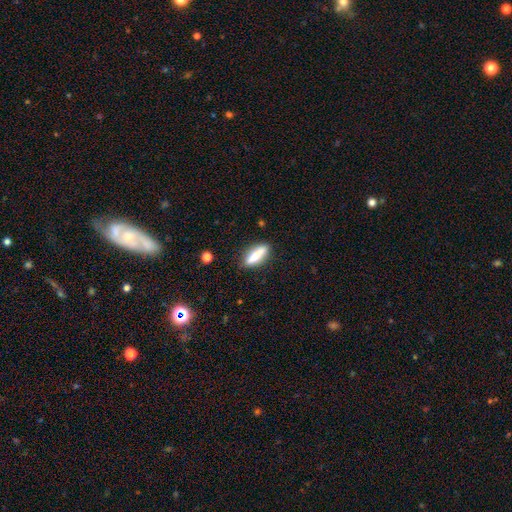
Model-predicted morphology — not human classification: smooth-or-featured: smooth: 72% | featured or disk: 22% | star or artifact: 7%
  how-rounded: cigar-shaped: 54% | in between: 44% | round: 2%
  merging: none: 84% | minor disturbance: 12% | major disturbance: 3% | merger: 2%